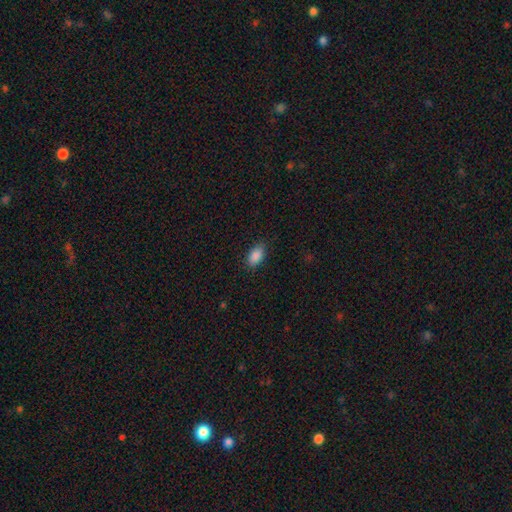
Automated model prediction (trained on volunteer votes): This is clearly a smooth galaxy (89%). How rounded: clearly in between (92%). Merging: clearly none (84%).